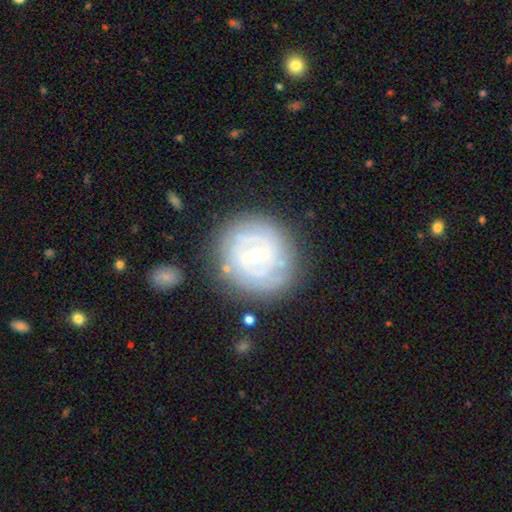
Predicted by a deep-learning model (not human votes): Smooth or featured? featured or disk (74%)
Edge-on disk? no (96%)
Bar? weak (47%)
Spiral arms? yes (67%)
Bulge size? moderate (54%)
Merging? none (77%)